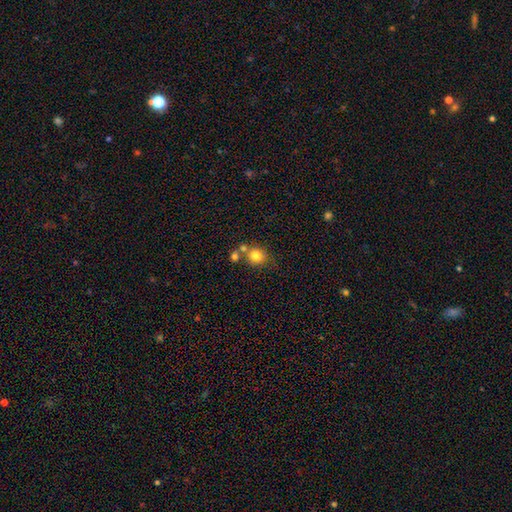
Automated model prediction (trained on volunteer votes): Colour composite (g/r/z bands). It shows a smooth galaxy with no disk features (80%) that is round (82%). Merging: none (55%).